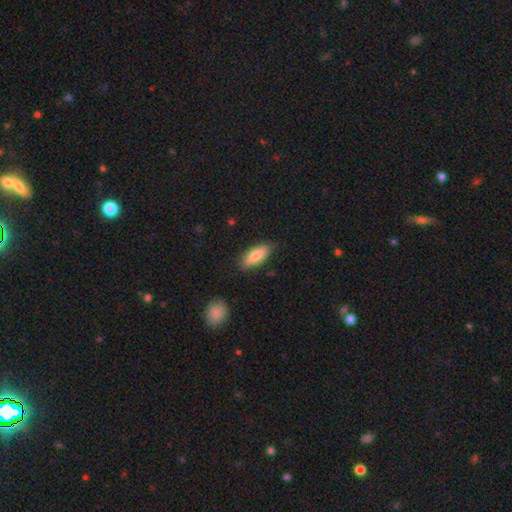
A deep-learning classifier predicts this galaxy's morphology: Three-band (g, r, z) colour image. It shows a smooth galaxy with no disk features (81%) that is in between round and cigar-shaped (71%). Merging: none (83%).